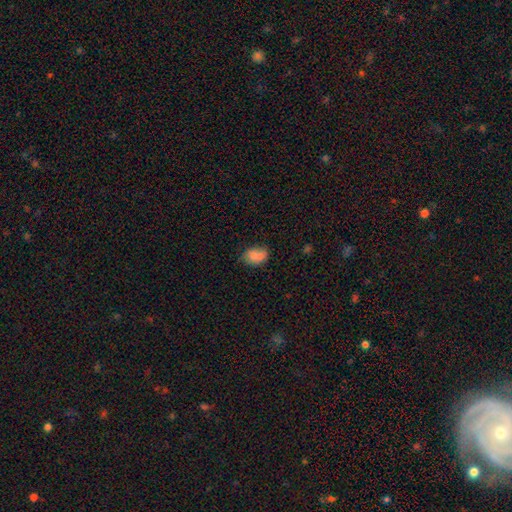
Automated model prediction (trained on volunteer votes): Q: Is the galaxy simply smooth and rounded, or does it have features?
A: smooth — 75%.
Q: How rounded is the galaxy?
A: in between — 70%.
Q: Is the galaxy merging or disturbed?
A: none — 40%.